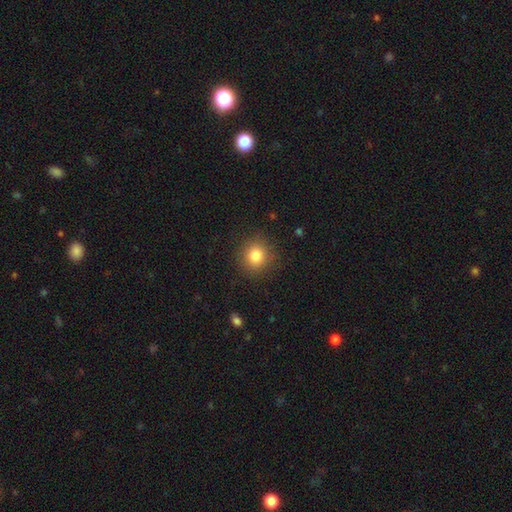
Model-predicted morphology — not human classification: A smooth galaxy with no disk features (82%) that is round (88%).

Vote fractions:
- Smooth or featured? smooth: 82% / star or artifact: 11% / featured or disk: 7%
- How rounded? round: 88% / in between: 11% / cigar-shaped: 1%
- Merging? none: 88% / minor disturbance: 8% / major disturbance: 3% / merger: 1%